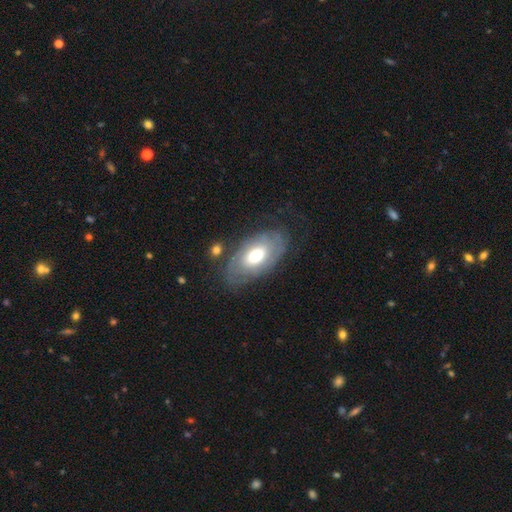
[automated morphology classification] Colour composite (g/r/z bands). It shows a featured or disk galaxy (53%). Merging: none (69%).